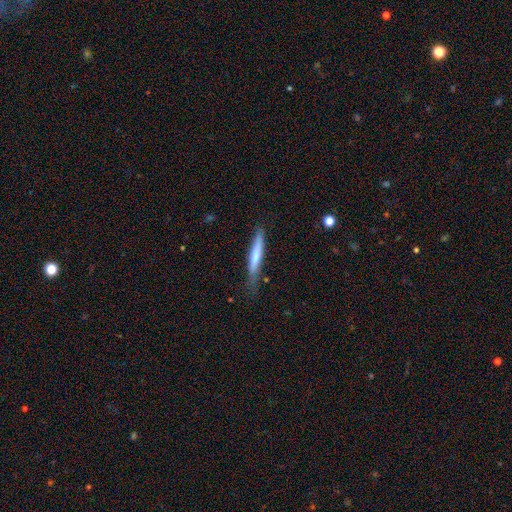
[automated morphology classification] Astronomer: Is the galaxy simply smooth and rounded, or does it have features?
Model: smooth — 65%.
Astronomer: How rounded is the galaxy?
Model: cigar-shaped — 93%.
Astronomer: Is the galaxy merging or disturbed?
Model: none — 73%.